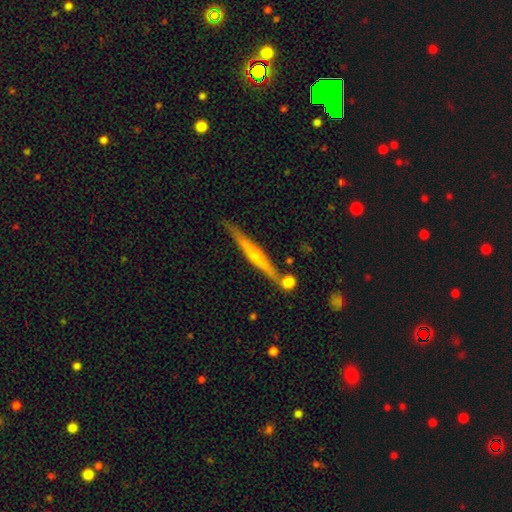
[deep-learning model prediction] Smooth or featured?
  - featured or disk: 66% *
  - smooth: 28%
  - star or artifact: 6%
Edge-on disk?
  - yes: 97% *
  - no: 3%
Edge-on bulge?
  - rounded: 64% *
  - none: 28%
  - boxy: 8%
Merging?
  - none: 81% *
  - minor disturbance: 11%
  - merger: 6%
  - major disturbance: 2%